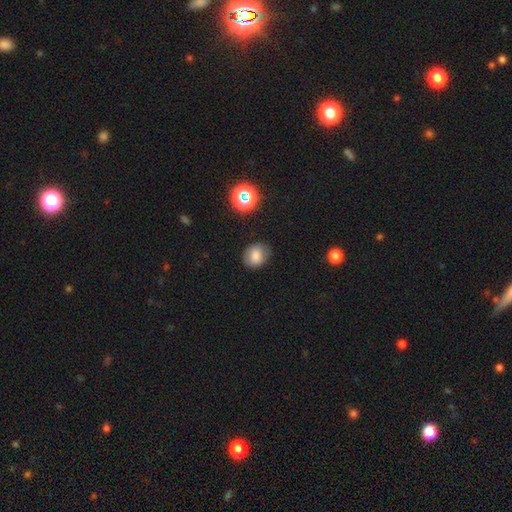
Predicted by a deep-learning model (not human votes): This is likely a smooth galaxy (72%). How rounded: possibly round (54%). Merging: likely none (75%).